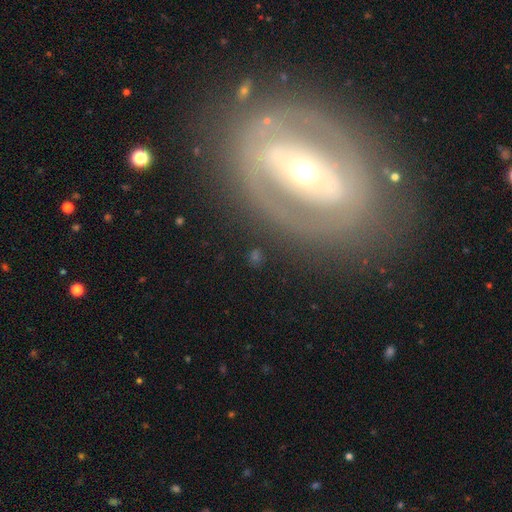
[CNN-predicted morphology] Overall: featured or disk (61%; smooth 25%). Edge-on disk: no (89%). Bar: no (40%; strong 32%). Spiral arms: yes (64%; no 36%). Bulge size: moderate (61%; small 27%). Merging: none (76%).